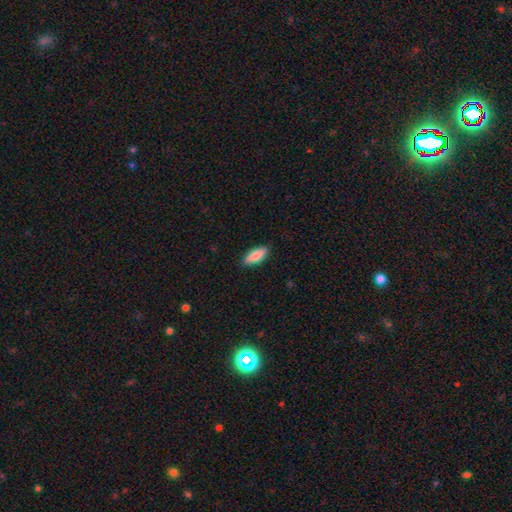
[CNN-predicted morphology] Smooth or featured? Predicted: smooth (p=0.84). How rounded? Predicted: in between (p=0.73). Merging? Predicted: none (p=0.87).